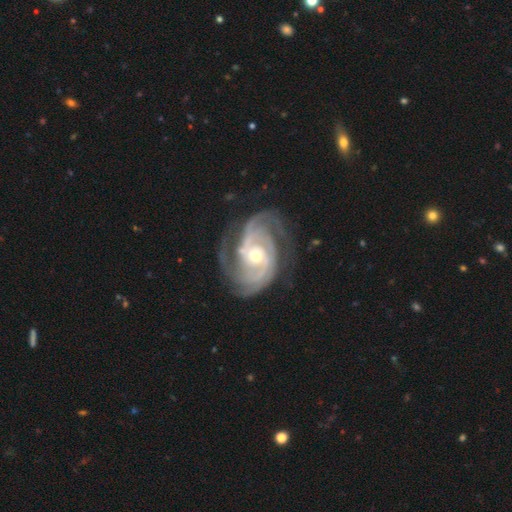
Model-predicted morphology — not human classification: Smooth or featured?
  - featured or disk: 92% *
  - star or artifact: 4%
  - smooth: 4%
Edge-on disk?
  - no: 97% *
  - yes: 3%
Bar?
  - no: 61% *
  - weak: 28%
  - strong: 11%
Spiral arms?
  - yes: 98% *
  - no: 2%
Spiral winding?
  - tight: 55% *
  - medium: 37%
  - loose: 9%
Spiral arm count?
  - 2: 37% *
  - 3: 30%
  - can't tell: 13%
  - 4: 9%
  - 1: 6%
  - more than 4: 6%
Bulge size?
  - moderate: 61% *
  - small: 34%
  - large: 4%
  - none: 1%
  - dominant: 1%
Merging?
  - none: 67% *
  - minor disturbance: 19%
  - major disturbance: 12%
  - merger: 2%